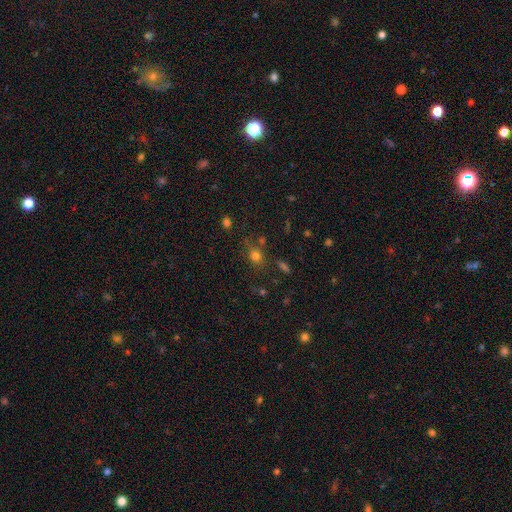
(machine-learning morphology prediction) smooth-or-featured: smooth: 73% | star or artifact: 19% | featured or disk: 8%
  how-rounded: round: 65% | in between: 33% | cigar-shaped: 2%
  merging: none: 68% | minor disturbance: 16% | merger: 9% | major disturbance: 7%